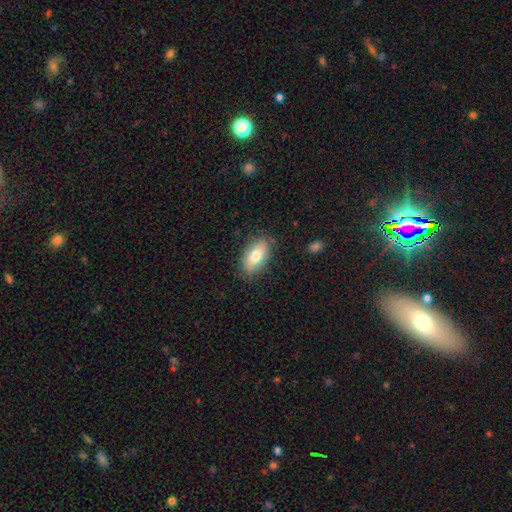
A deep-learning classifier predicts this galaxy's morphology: The model was most divided on "smooth or featured": smooth: 76%, featured or disk: 18%, star or artifact: 7%. More confident: how rounded — in between (91%); merging — none (84%).